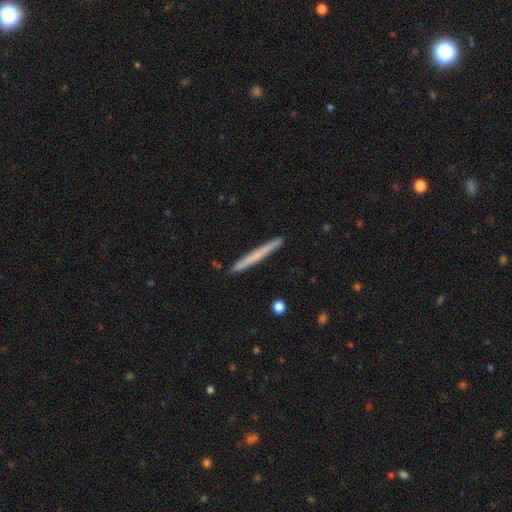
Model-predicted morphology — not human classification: This is likely a smooth galaxy (60%). How rounded: clearly cigar-shaped (97%). Merging: clearly none (92%).